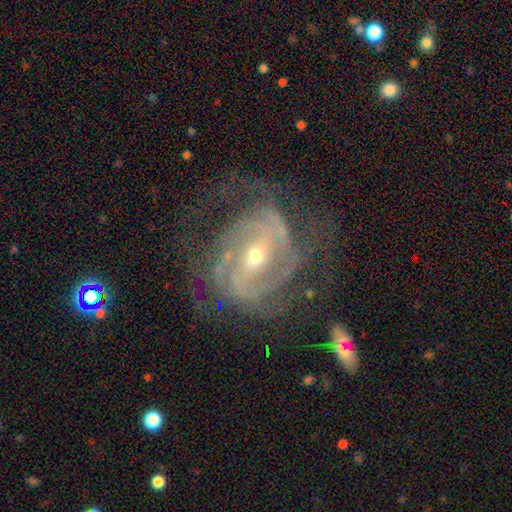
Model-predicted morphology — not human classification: smooth-or-featured: featured or disk: 90% | star or artifact: 6% | smooth: 4%
  disk-edge-on: no: 96% | yes: 4%
    bar: strong: 47% | weak: 37% | no: 16%
    has-spiral-arms: yes: 97% | no: 3%
      spiral-winding: tight: 58% | medium: 34% | loose: 7%
      spiral-arm-count: 2: 36% | 3: 23% | can't tell: 19% | 4: 12% | more than 4: 5% | 1: 5%
    bulge-size: small: 54% | moderate: 43% | large: 2% | none: 1% | dominant: 1%
  merging: none: 65% | minor disturbance: 18% | major disturbance: 15% | merger: 2%